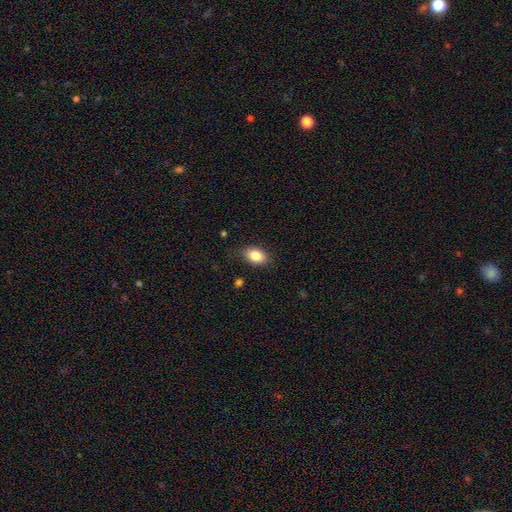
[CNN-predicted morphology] The model was most divided on "merging": none: 81%, minor disturbance: 14%, major disturbance: 3%, merger: 1%. More confident: smooth or featured — smooth (85%); how rounded — in between (83%).